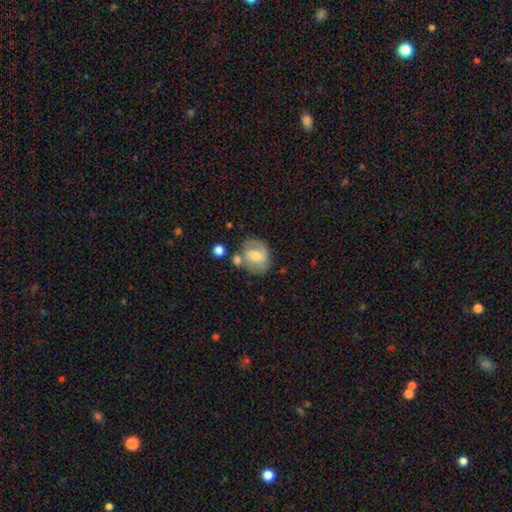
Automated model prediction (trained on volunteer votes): A featured or disk galaxy (55%) with a weak bar (49%), spiral arms (79%) and a moderate central bulge (60%). Merging: none (57%).